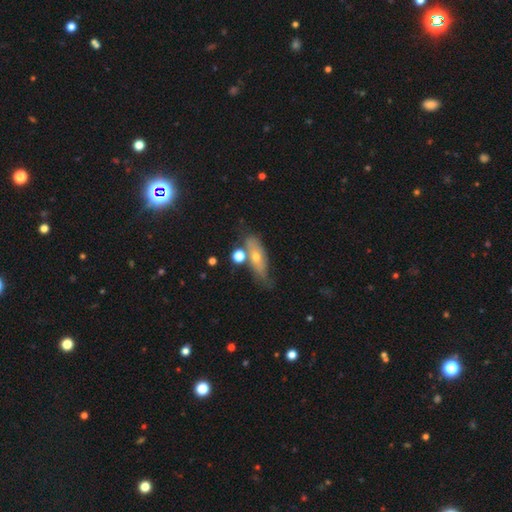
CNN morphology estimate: Overall: smooth (48%; featured or disk 43%). Merging: none (58%; minor disturbance 22%).